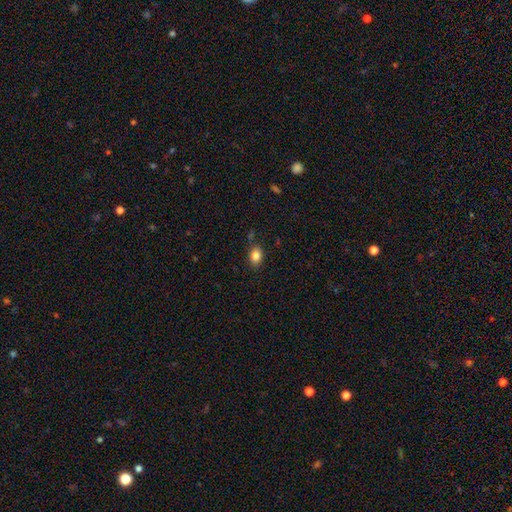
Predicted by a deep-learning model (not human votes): Q: Smooth or featured?
A: smooth (84%); runner-up: star or artifact (10%)
Q: How rounded?
A: in between (70%); runner-up: round (29%)
Q: Merging?
A: none (81%); runner-up: minor disturbance (12%)